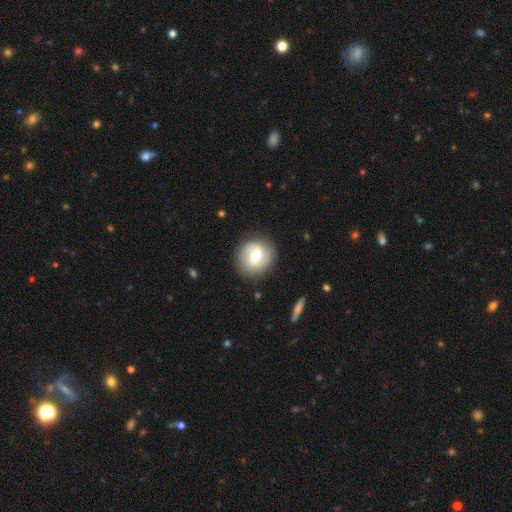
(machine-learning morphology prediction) featured or disk 57%, smooth 36%, star or artifact 6%. Down the decision tree: edge-on disk — no (97%); bar — weak (51%); spiral arms — yes (82%); bulge size — moderate (68%); merging — none (84%).